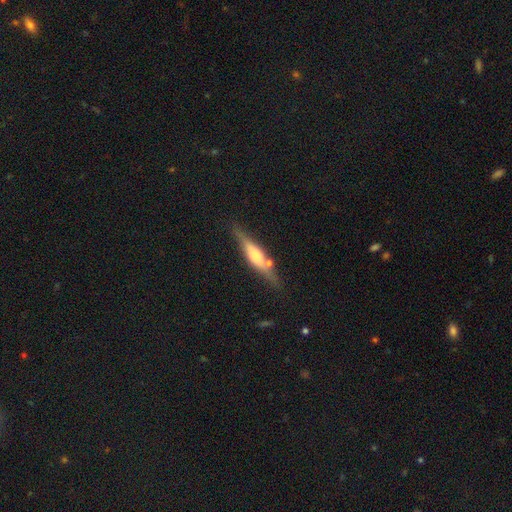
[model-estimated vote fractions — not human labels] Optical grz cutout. It shows a featured or disk galaxy (58%) viewed edge-on (94%) with a rounded central bulge (65%). Merging: none (77%).